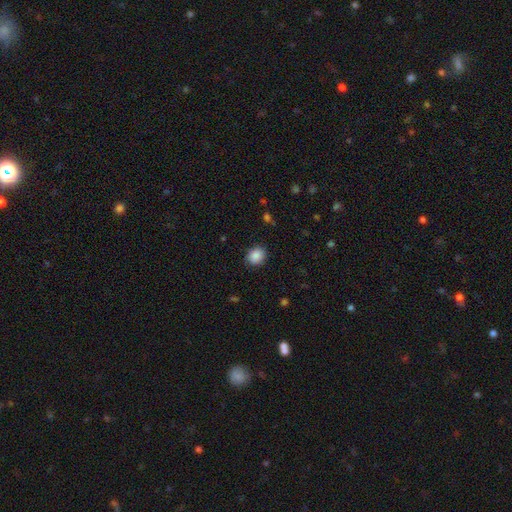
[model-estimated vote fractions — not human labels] Smooth or featured: smooth — 87% (star or artifact — 8%)
How rounded: round — 66% (in between — 33%)
Merging: none — 86% (minor disturbance — 11%)